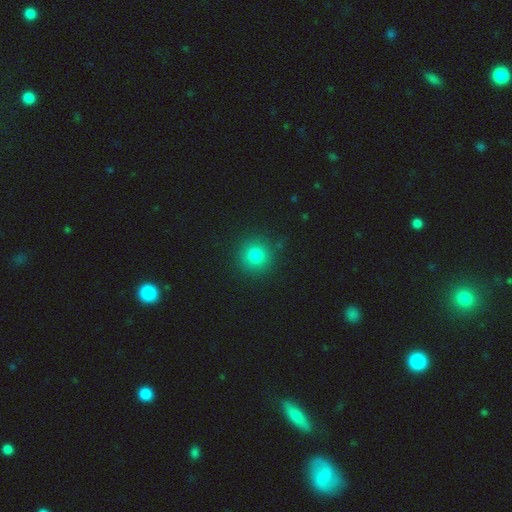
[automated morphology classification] type=smooth (80%); roundness=round (93%); merging=none (88%).